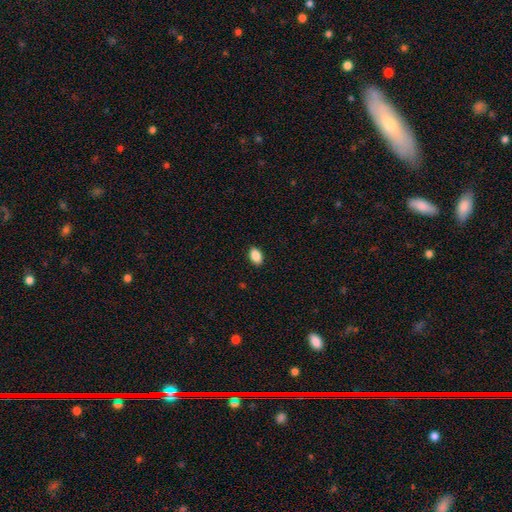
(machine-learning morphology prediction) Smooth or featured: smooth — 88% (star or artifact — 8%)
How rounded: in between — 90% (round — 8%)
Merging: none — 89% (minor disturbance — 8%)